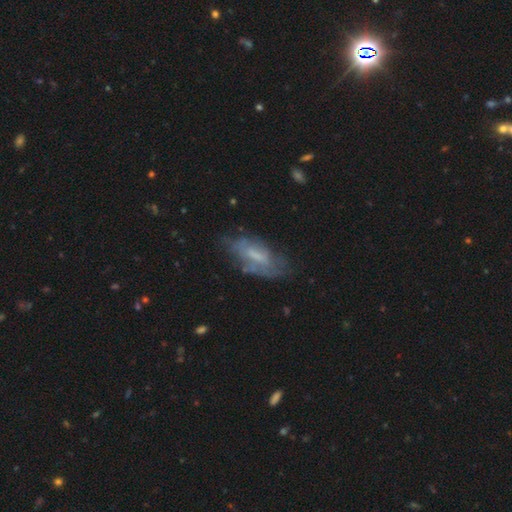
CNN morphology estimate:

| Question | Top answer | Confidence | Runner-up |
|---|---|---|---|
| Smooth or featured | featured or disk | 49% | smooth (42%) |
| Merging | none | 56% | minor disturbance (27%) |